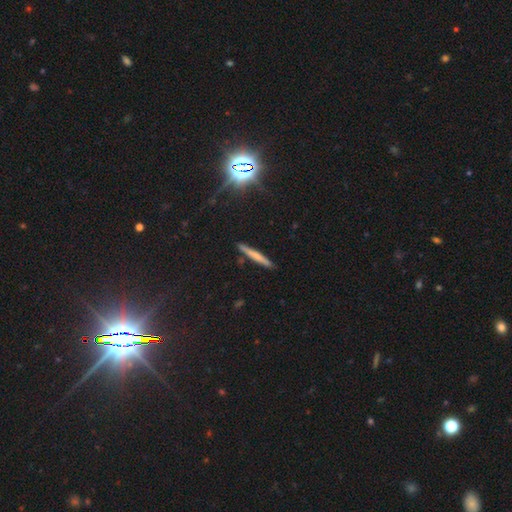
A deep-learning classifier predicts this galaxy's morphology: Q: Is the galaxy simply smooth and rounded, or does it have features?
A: smooth — 58%.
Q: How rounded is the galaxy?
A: cigar-shaped — 95%.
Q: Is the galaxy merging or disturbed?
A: none — 88%.